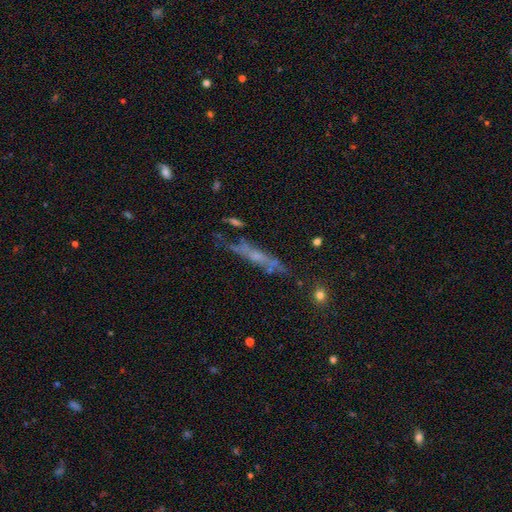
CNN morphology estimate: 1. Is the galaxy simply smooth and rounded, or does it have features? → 55% featured or disk, 30% smooth, 15% star or artifact.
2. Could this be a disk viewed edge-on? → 66% yes, 34% no.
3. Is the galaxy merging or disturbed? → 60% none, 21% minor disturbance, 12% major disturbance, 8% merger.